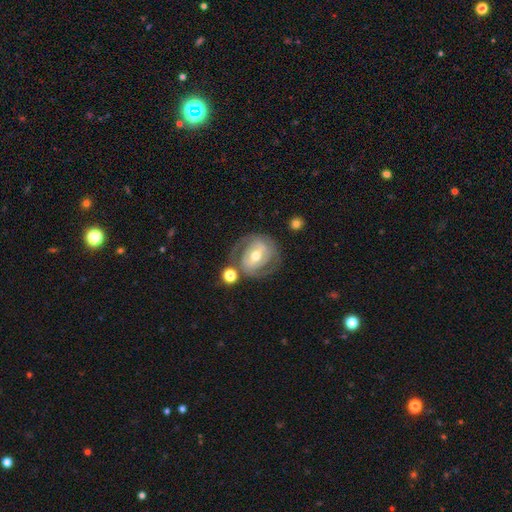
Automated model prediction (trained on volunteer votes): A featured or disk galaxy (78%) with a weak bar (42%), 2 (74%) tight (51%) spiral arms (84%) and a moderate central bulge (73%).

Vote fractions:
- Smooth or featured? featured or disk: 78% / smooth: 16% / star or artifact: 6%
- Edge-on disk? no: 96% / yes: 4%
- Bar? weak: 42% / strong: 33% / no: 25%
- Spiral arms? yes: 84% / no: 16%
- Spiral winding? tight: 51% / medium: 37% / loose: 12%
- Spiral arm count? 2: 74% / can't tell: 14% / 1: 5% / 3: 4% / 4: 1% / more than 4: 1%
- Bulge size? moderate: 73% / small: 19% / large: 6% / none: 1% / dominant: 1%
- Merging? none: 65% / minor disturbance: 17% / major disturbance: 10% / merger: 8%